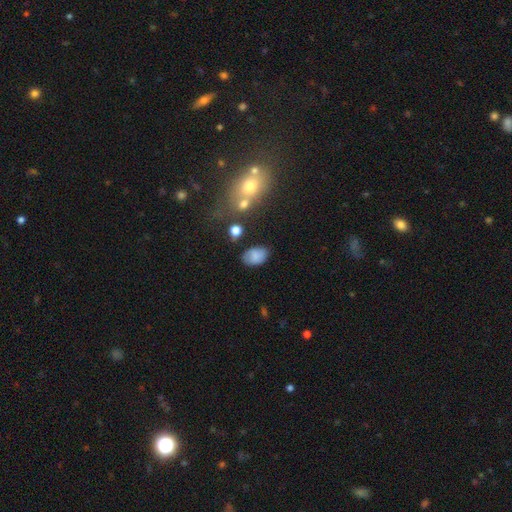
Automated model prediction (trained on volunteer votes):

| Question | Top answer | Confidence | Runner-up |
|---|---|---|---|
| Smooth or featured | smooth | 78% | featured or disk (12%) |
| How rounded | in between | 87% | round (12%) |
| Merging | none | 73% | minor disturbance (19%) |